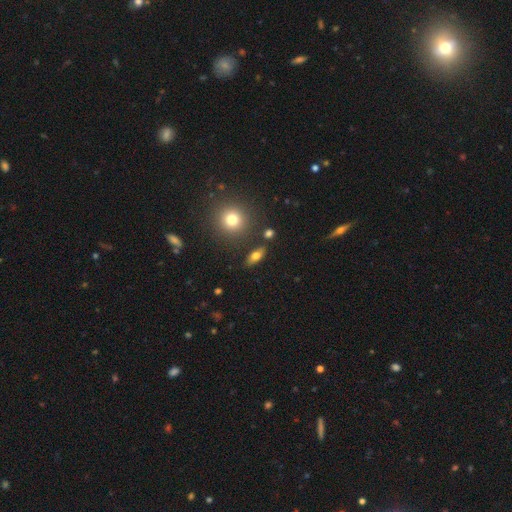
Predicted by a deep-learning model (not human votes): Smooth or featured? smooth (69%)
How rounded? in between (75%)
Merging? none (82%)